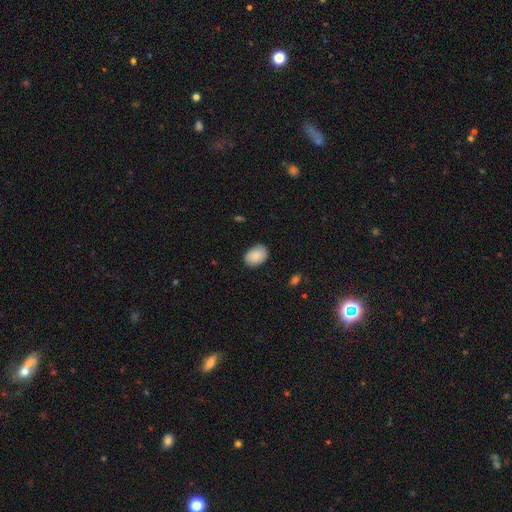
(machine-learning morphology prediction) Q: Smooth or featured?
A: smooth (84%); runner-up: featured or disk (9%)
Q: How rounded?
A: in between (78%); runner-up: round (21%)
Q: Merging?
A: none (83%); runner-up: minor disturbance (14%)